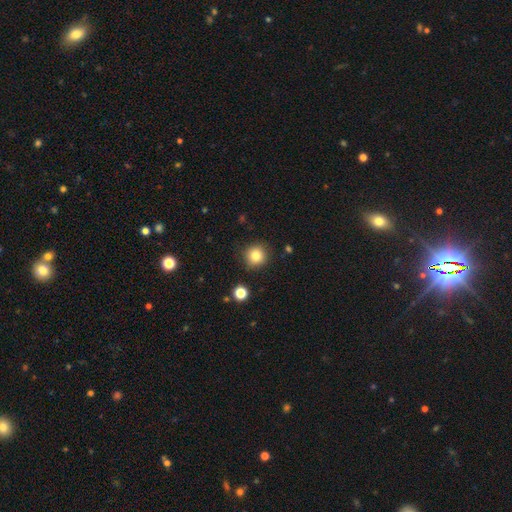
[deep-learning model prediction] This is clearly a smooth galaxy (83%). How rounded: clearly round (93%). Merging: clearly none (88%).